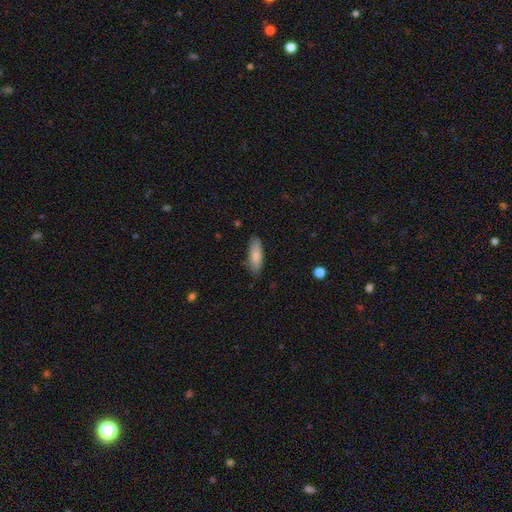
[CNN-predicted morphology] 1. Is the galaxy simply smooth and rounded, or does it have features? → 85% smooth, 10% featured or disk, 6% star or artifact.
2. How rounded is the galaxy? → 57% in between, 41% cigar-shaped, 2% round.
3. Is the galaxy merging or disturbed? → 84% none, 12% minor disturbance, 2% major disturbance, 1% merger.